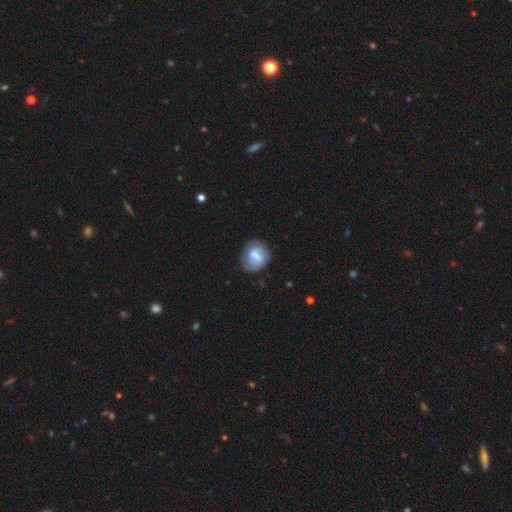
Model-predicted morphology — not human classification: This is possibly a smooth galaxy (47%). Merging: likely none (65%).